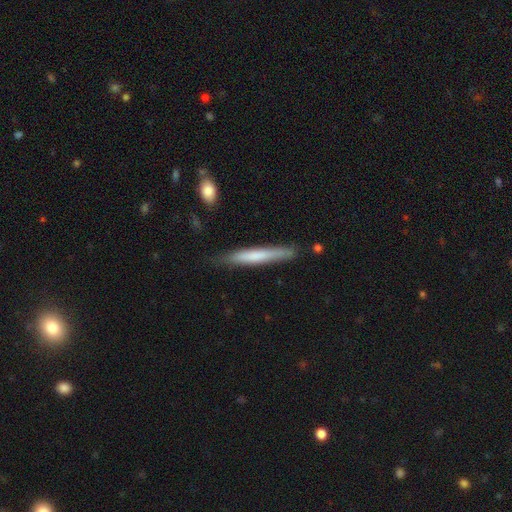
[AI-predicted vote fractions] Smooth or featured?
  - smooth: 62% *
  - featured or disk: 32%
  - star or artifact: 6%
How rounded?
  - cigar-shaped: 95% *
  - in between: 4%
  - round: 1%
Merging?
  - none: 80% *
  - minor disturbance: 16%
  - major disturbance: 3%
  - merger: 2%